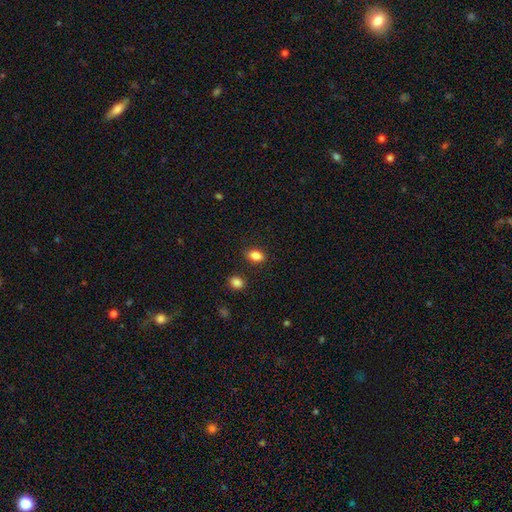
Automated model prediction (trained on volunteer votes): Smooth or featured? smooth (85%)
How rounded? in between (84%)
Merging? none (85%)